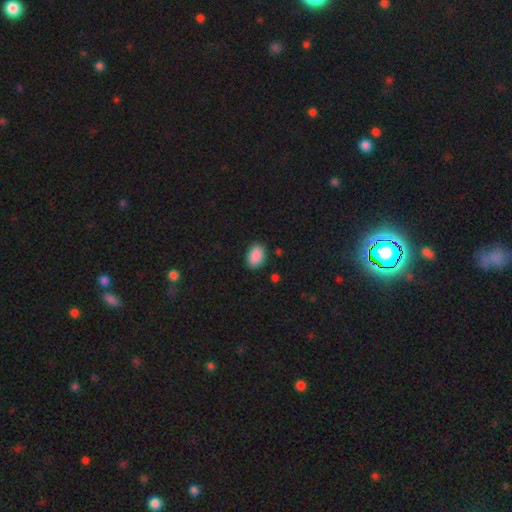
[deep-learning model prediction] smooth 90%, star or artifact 8%, featured or disk 3%. Down the decision tree: how rounded — in between (87%); merging — none (87%).